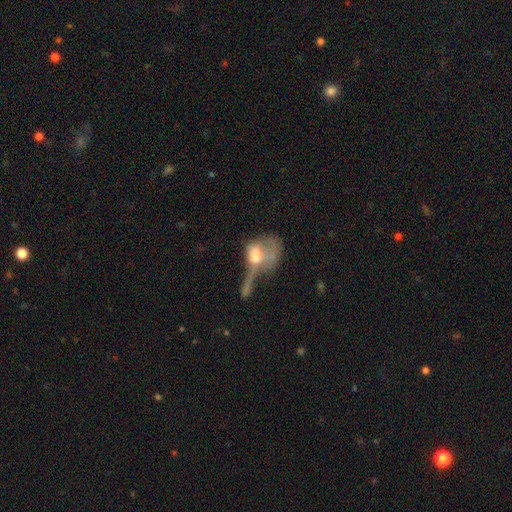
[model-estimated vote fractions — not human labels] smooth 47%, featured or disk 43%, star or artifact 11%. Down the decision tree: merging — major disturbance (49%).